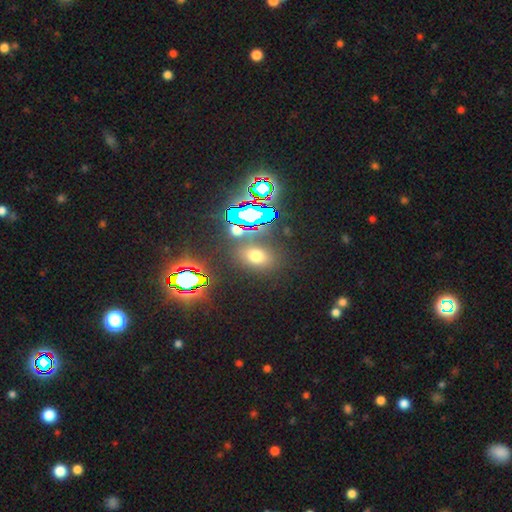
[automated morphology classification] smooth 54%, star or artifact 37%, featured or disk 9%. Down the decision tree: how rounded — in between (63%); merging — none (82%).